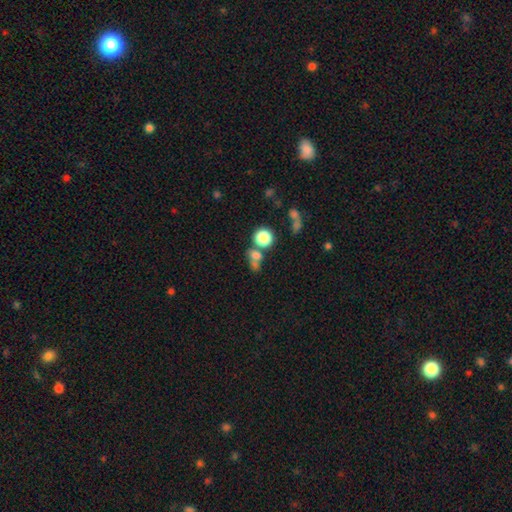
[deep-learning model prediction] Q: Smooth or featured?
A: smooth (69%); runner-up: star or artifact (17%)
Q: How rounded?
A: round (66%); runner-up: in between (31%)
Q: Merging?
A: merger (42%); runner-up: none (37%)